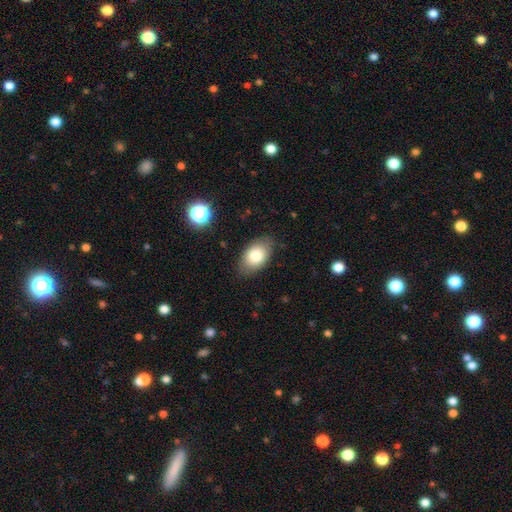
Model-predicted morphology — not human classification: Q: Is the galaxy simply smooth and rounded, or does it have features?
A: smooth — 81%.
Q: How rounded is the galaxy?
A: in between — 89%.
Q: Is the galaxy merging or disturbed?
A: none — 81%.